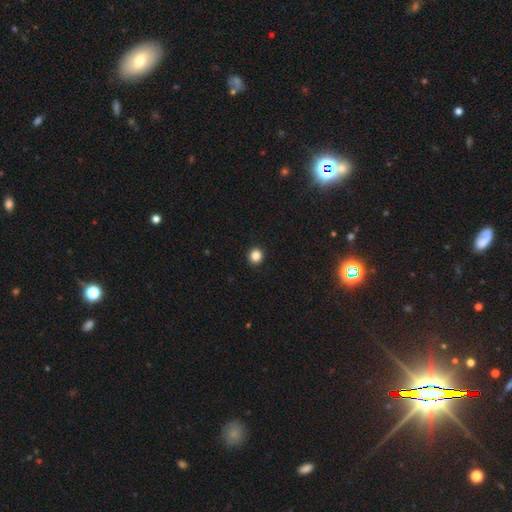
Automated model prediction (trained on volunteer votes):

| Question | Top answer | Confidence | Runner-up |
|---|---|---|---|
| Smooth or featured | smooth | 86% | star or artifact (11%) |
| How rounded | round | 90% | in between (9%) |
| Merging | none | 93% | minor disturbance (5%) |